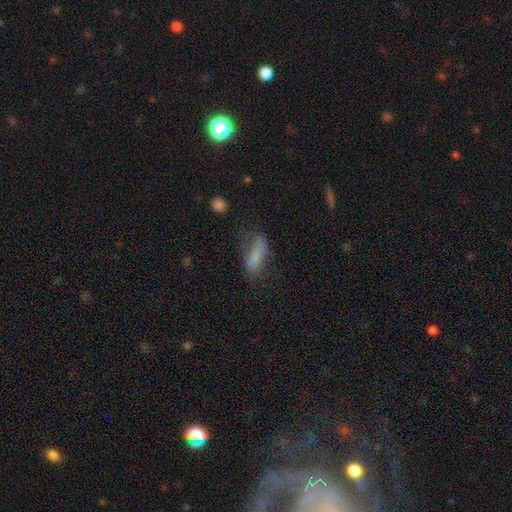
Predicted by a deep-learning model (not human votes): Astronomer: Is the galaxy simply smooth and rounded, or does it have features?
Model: smooth — 75%.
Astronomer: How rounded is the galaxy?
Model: in between — 63%.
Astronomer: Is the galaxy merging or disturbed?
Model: none — 56%.